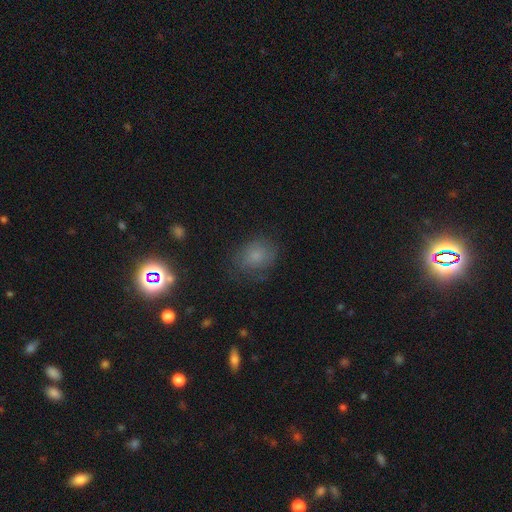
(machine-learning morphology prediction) This appears to be a smooth galaxy with no disk features (63%) that is round (51%). Merging: none (68%).